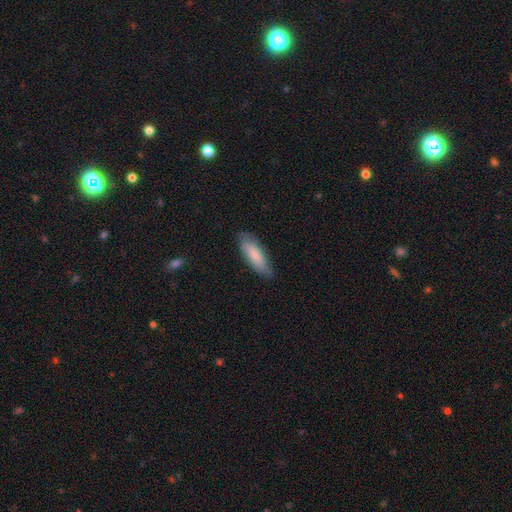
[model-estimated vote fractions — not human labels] A smooth galaxy with no disk features (81%) that is in between round and cigar-shaped (58%). Merging: none (79%).